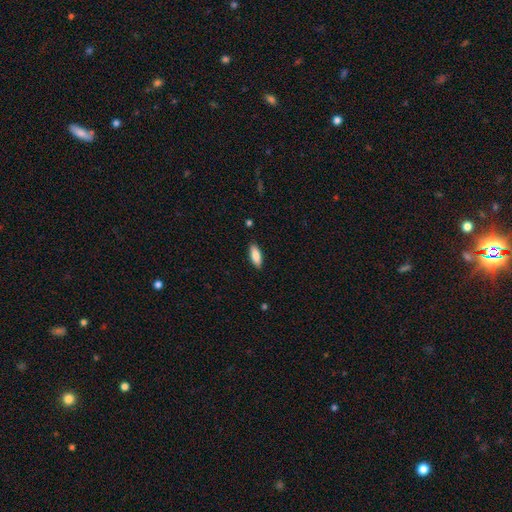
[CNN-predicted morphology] smooth-or-featured: smooth: 85% | featured or disk: 9% | star or artifact: 6%
  how-rounded: in between: 71% | cigar-shaped: 27% | round: 2%
  merging: none: 87% | minor disturbance: 10% | major disturbance: 2% | merger: 1%